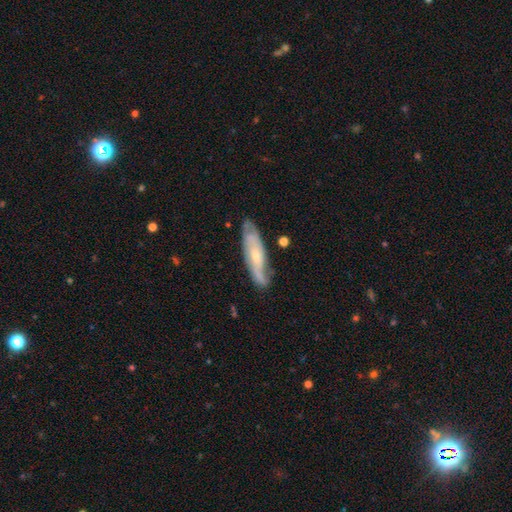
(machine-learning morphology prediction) Q: Smooth or featured?
A: featured or disk (68%); runner-up: smooth (26%)
Q: Edge-on disk?
A: no (74%); runner-up: yes (26%)
Q: Bar?
A: no (65%); runner-up: weak (28%)
Q: Spiral arms?
A: yes (87%); runner-up: no (13%)
Q: Bulge size?
A: small (64%); runner-up: moderate (30%)
Q: Merging?
A: none (71%); runner-up: minor disturbance (21%)